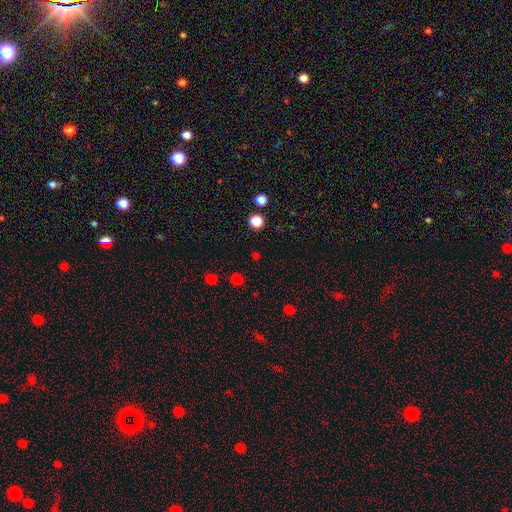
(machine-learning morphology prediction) Smooth or featured? smooth (60%)
How rounded? round (85%)
Merging? none (86%)